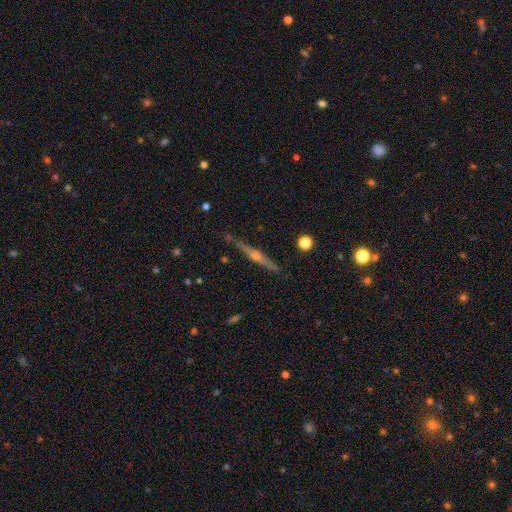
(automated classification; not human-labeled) Smooth or featured: featured or disk — 83% (smooth — 10%)
Edge-on disk: yes — 98% (no — 2%)
Edge-on bulge: rounded — 90% (boxy — 5%)
Merging: none — 89% (minor disturbance — 8%)